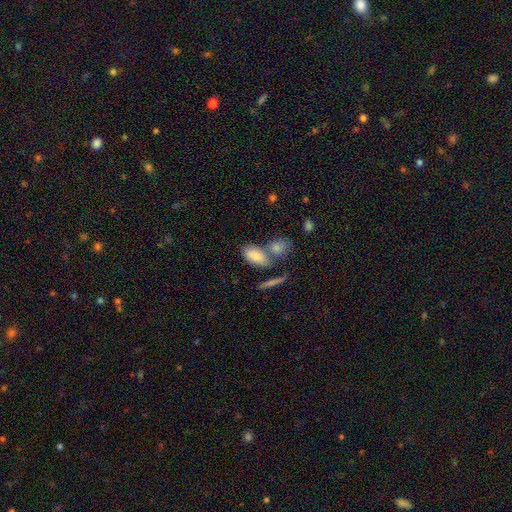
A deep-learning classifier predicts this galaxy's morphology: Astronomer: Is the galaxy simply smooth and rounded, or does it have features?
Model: smooth — 81%.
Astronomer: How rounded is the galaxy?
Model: in between — 89%.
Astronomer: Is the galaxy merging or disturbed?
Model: none — 46% (runner-up: merger, 35%).